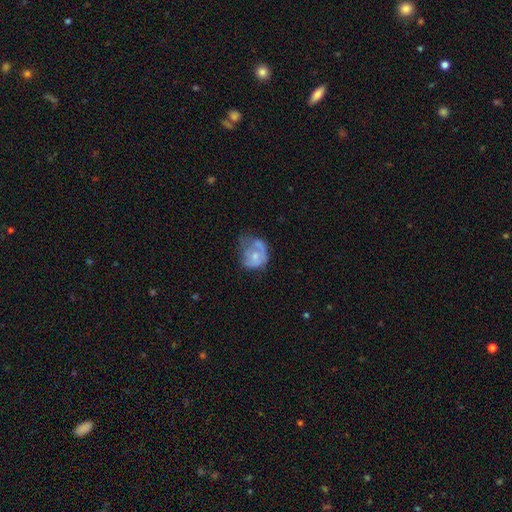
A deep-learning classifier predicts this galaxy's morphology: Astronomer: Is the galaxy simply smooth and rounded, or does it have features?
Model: featured or disk — 47% (runner-up: smooth, 45%).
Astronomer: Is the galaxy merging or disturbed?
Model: major disturbance — 34% (runner-up: minor disturbance, 31%).